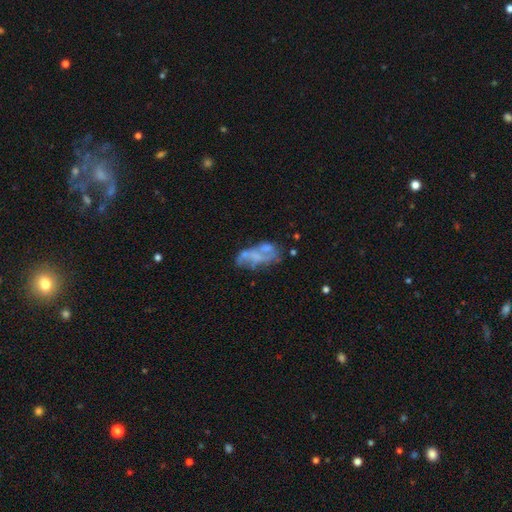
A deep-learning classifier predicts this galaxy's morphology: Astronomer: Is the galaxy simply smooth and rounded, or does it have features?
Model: featured or disk — 60%.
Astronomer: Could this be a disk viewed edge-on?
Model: no — 95%.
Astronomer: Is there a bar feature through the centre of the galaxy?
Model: no — 79%.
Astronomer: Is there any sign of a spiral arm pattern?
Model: no — 77%.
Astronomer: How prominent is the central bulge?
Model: none — 68%.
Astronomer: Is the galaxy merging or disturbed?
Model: none — 38% (runner-up: major disturbance, 23%).